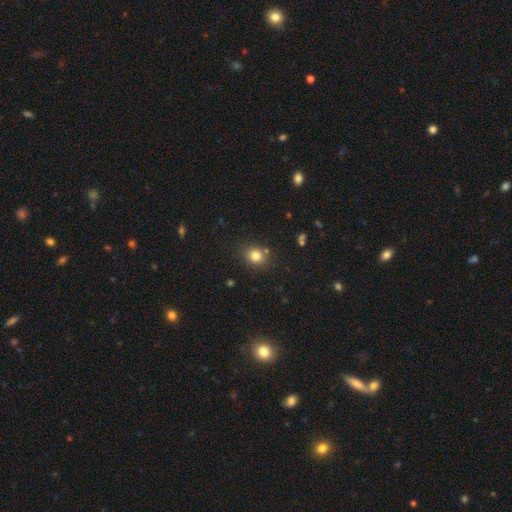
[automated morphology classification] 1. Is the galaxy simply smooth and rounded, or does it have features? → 81% smooth, 12% star or artifact, 7% featured or disk.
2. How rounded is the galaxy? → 66% round, 34% in between, 1% cigar-shaped.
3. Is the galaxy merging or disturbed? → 80% none, 11% minor disturbance, 5% merger, 3% major disturbance.